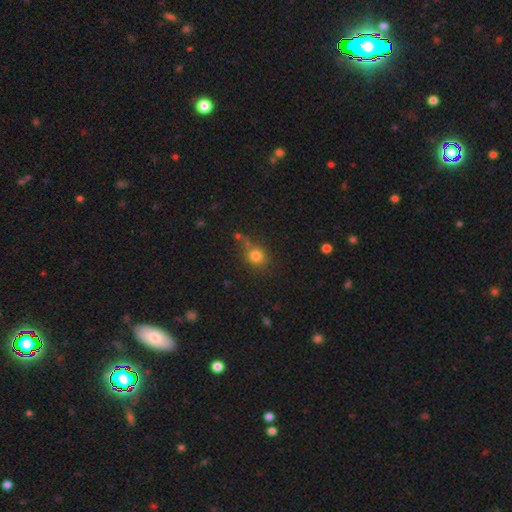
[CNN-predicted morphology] smooth 78%, star or artifact 14%, featured or disk 8%. Down the decision tree: how rounded — round (79%); merging — none (63%).